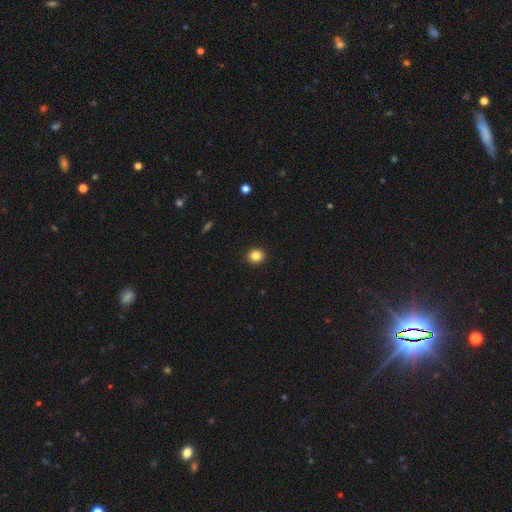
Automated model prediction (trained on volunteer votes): smooth 84%, star or artifact 11%, featured or disk 5%. Down the decision tree: how rounded — round (82%); merging — none (92%).